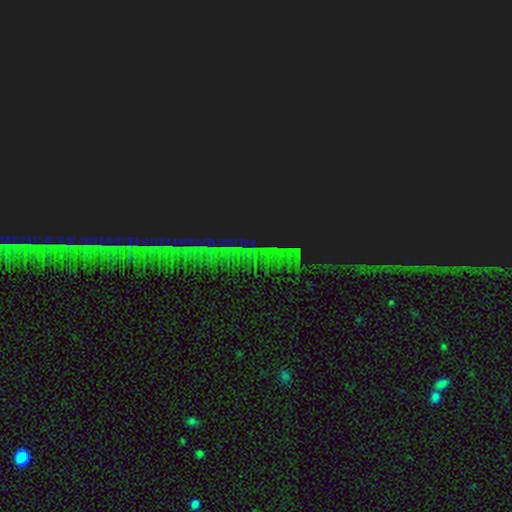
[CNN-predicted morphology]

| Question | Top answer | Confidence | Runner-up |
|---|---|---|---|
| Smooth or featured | star or artifact | 88% | featured or disk (7%) |